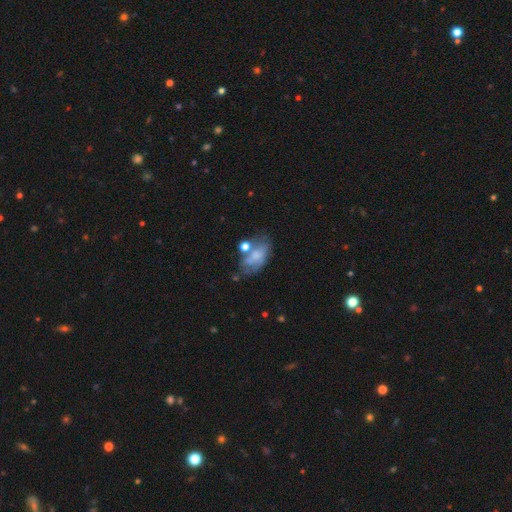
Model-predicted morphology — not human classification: Smooth or featured? Predicted: smooth (p=0.47). Merging? Predicted: none (p=0.35).